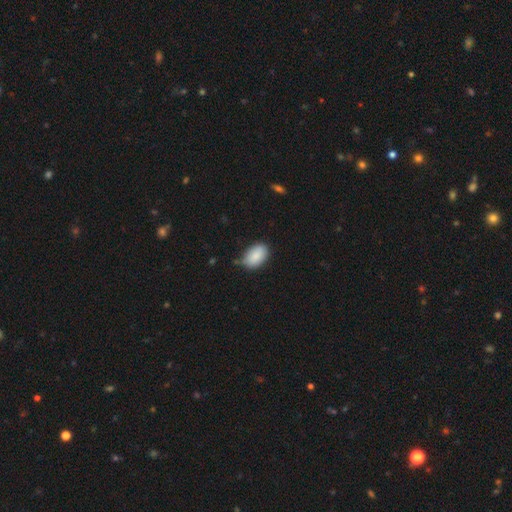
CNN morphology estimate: smooth 87%, star or artifact 7%, featured or disk 6%. Down the decision tree: how rounded — in between (90%); merging — none (66%).